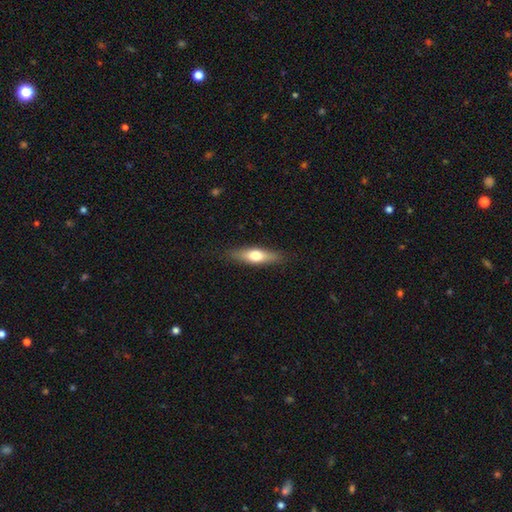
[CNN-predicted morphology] smooth-or-featured: smooth: 58% | featured or disk: 36% | star or artifact: 6%
  how-rounded: cigar-shaped: 56% | in between: 41% | round: 3%
  merging: none: 87% | minor disturbance: 10% | major disturbance: 2% | merger: 1%